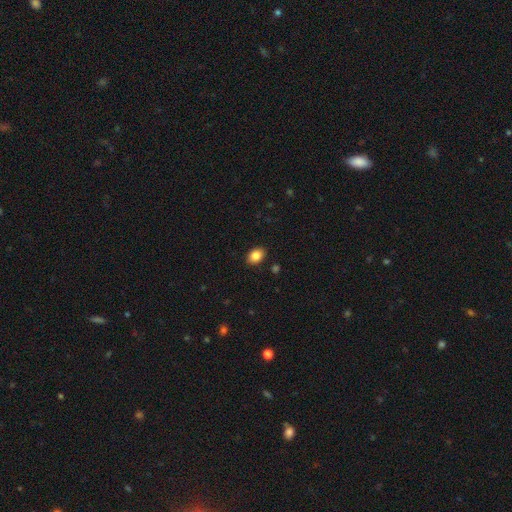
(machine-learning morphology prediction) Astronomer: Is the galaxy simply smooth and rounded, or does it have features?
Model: smooth — 86%.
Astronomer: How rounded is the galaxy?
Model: in between — 72%.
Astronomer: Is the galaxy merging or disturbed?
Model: none — 88%.